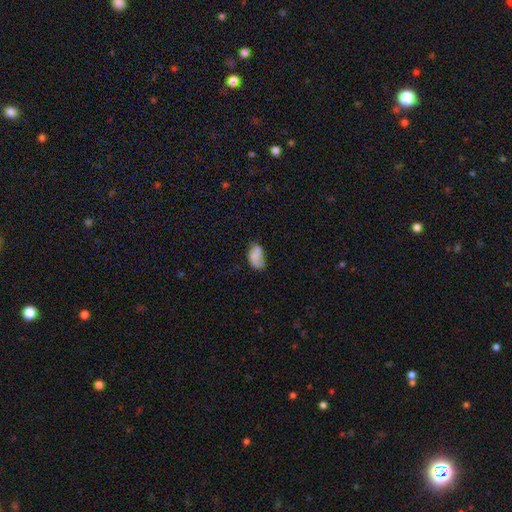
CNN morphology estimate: Smooth or featured? smooth (75%)
How rounded? in between (91%)
Merging? none (50%)